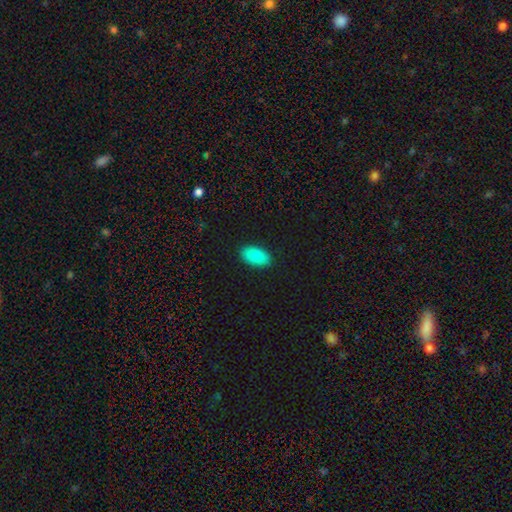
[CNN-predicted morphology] smooth_or_featured: smooth (p=0.87) [alt: star or artifact p=0.07]
how_rounded: in between (p=0.94) [alt: round p=0.04]
merging: none (p=0.89) [alt: minor disturbance p=0.08]